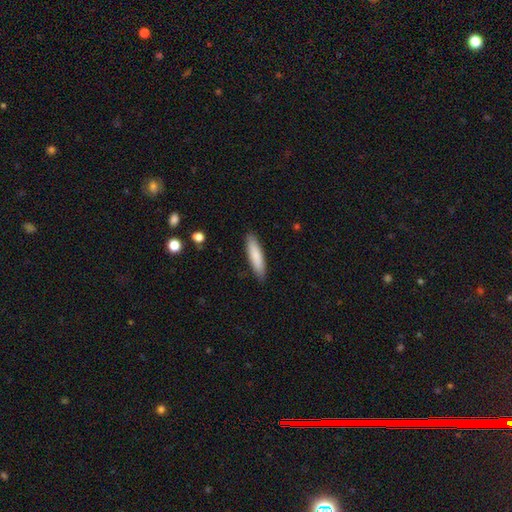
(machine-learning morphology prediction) Smooth or featured?
  - smooth: 82% *
  - featured or disk: 13%
  - star or artifact: 5%
How rounded?
  - cigar-shaped: 77% *
  - in between: 22%
  - round: 1%
Merging?
  - none: 89% *
  - minor disturbance: 9%
  - major disturbance: 2%
  - merger: 1%